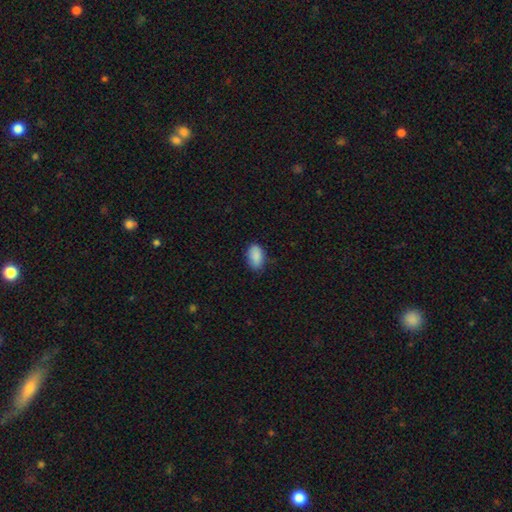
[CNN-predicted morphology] Smooth or featured? smooth (89%)
How rounded? in between (92%)
Merging? none (78%)